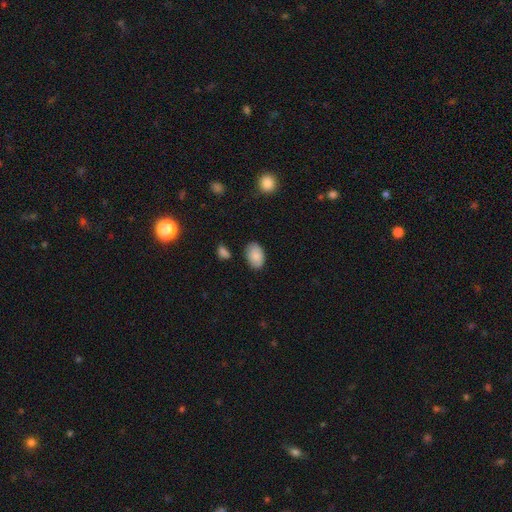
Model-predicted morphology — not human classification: type=smooth (87%); roundness=in between (90%); merging=none (82%).